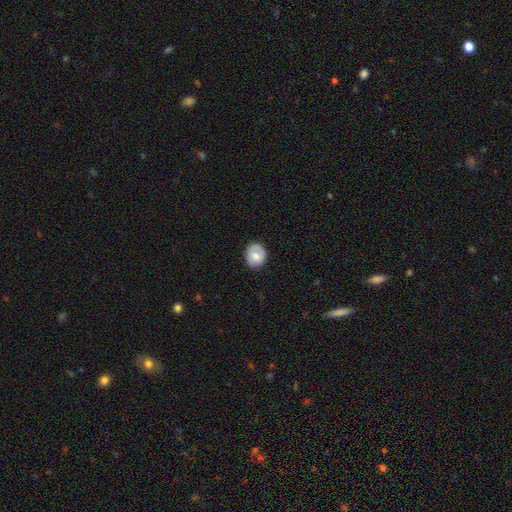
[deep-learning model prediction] Morphology: type=smooth (74%); roundness=round (67%); merging=none (78%).